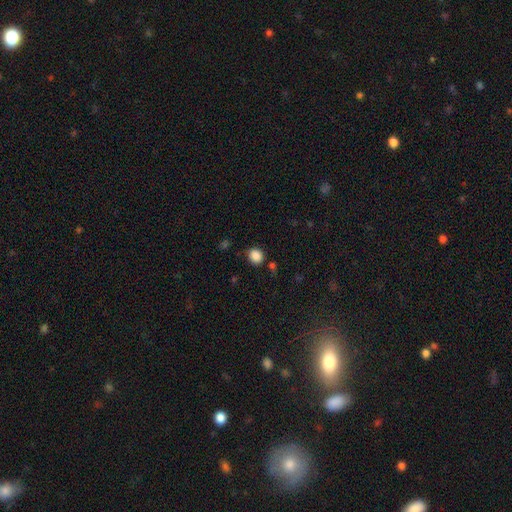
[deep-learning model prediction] smooth-or-featured: smooth: 87% | star or artifact: 10% | featured or disk: 3%
  how-rounded: round: 73% | in between: 26% | cigar-shaped: 1%
  merging: none: 82% | minor disturbance: 11% | merger: 3% | major disturbance: 3%